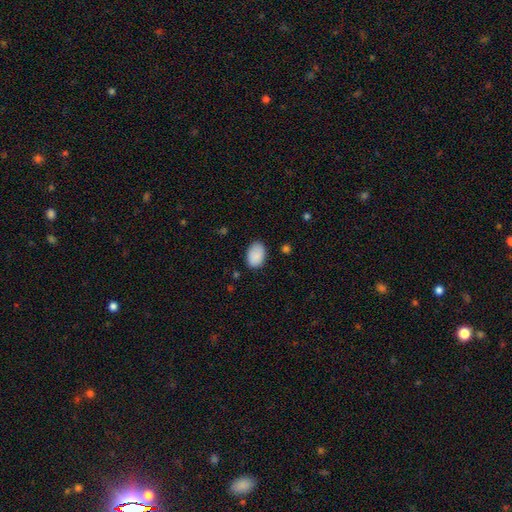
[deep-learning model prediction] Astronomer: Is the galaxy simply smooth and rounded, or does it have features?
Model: smooth — 90%.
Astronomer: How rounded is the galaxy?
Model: in between — 88%.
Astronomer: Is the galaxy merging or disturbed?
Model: none — 82%.